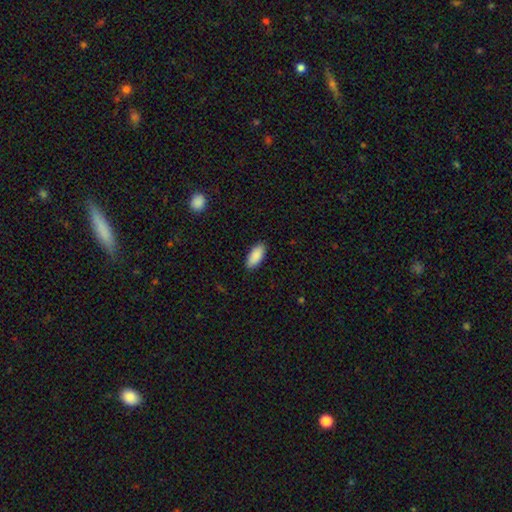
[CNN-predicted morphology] Smooth or featured?
  - smooth: 90% *
  - star or artifact: 6%
  - featured or disk: 4%
How rounded?
  - in between: 90% *
  - cigar-shaped: 8%
  - round: 2%
Merging?
  - none: 88% *
  - minor disturbance: 9%
  - major disturbance: 2%
  - merger: 1%